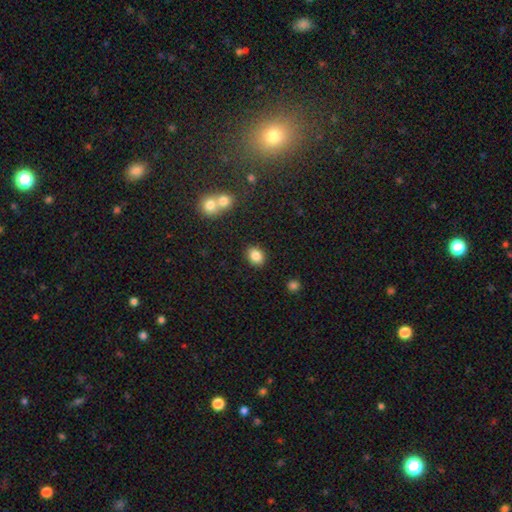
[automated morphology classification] Overall: smooth (84%). How rounded: in between (52%; round 47%). Merging: none (85%).